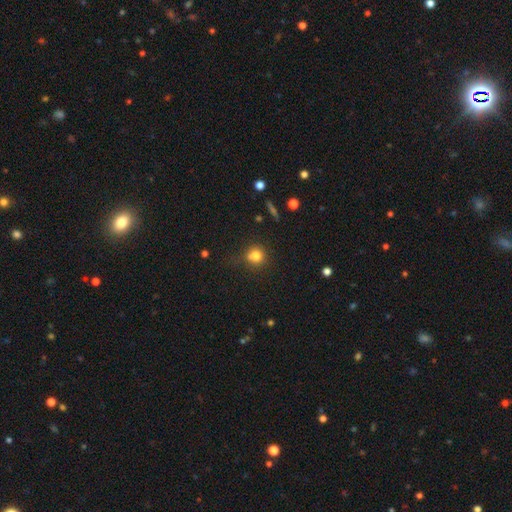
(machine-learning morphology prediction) smooth_or_featured: smooth (p=0.77) [alt: star or artifact p=0.13]
how_rounded: round (p=0.87) [alt: in between p=0.12]
merging: none (p=0.62) [alt: minor disturbance p=0.17]